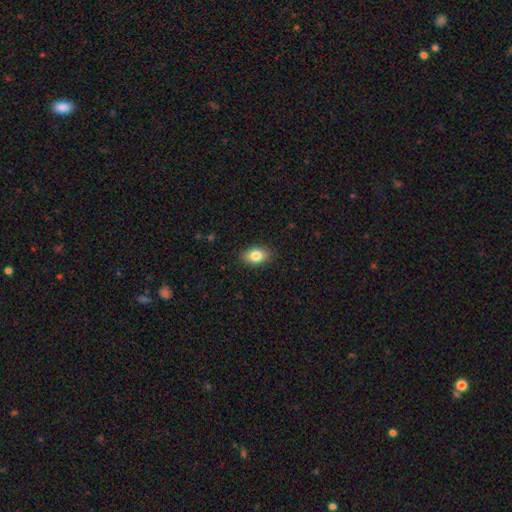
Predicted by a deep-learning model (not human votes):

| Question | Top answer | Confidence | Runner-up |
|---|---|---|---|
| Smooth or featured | smooth | 83% | featured or disk (9%) |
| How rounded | in between | 88% | round (10%) |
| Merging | none | 87% | minor disturbance (9%) |